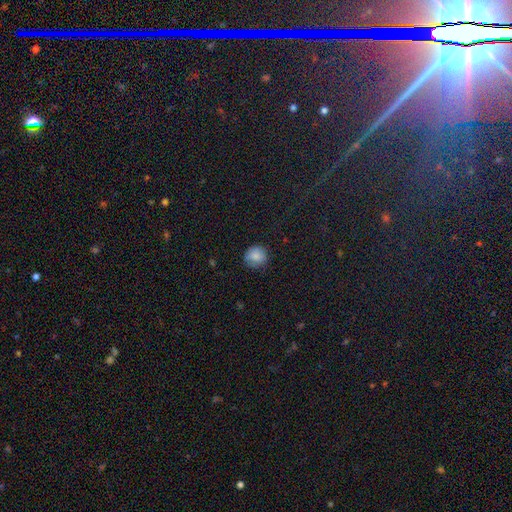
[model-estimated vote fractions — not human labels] Smooth or featured: smooth — 83% (star or artifact — 9%)
How rounded: round — 91% (in between — 8%)
Merging: none — 80% (minor disturbance — 15%)